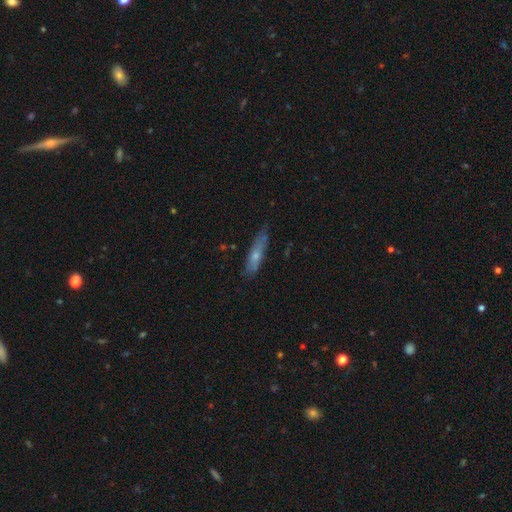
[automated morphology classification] smooth_or_featured: smooth (p=0.52) [alt: featured or disk p=0.42]
how_rounded: cigar-shaped (p=0.75) [alt: in between p=0.23]
merging: none (p=0.70) [alt: minor disturbance p=0.24]